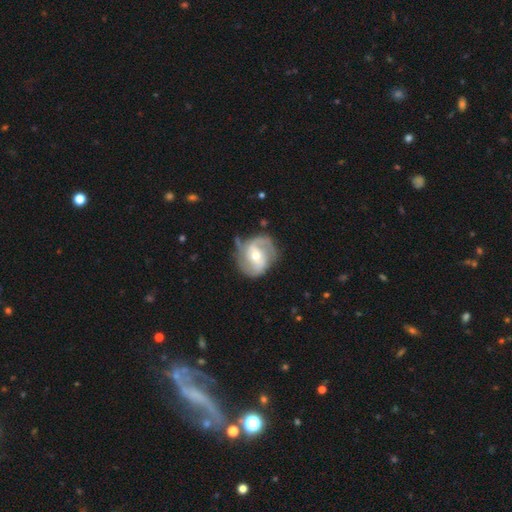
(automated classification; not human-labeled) featured or disk 85%, smooth 10%, star or artifact 5%. Down the decision tree: edge-on disk — no (98%); bar — weak (40%, tied with no); spiral arms — yes (95%); spiral arm count — 2 (72%); spiral winding — medium (46%); bulge size — moderate (63%); merging — none (64%).